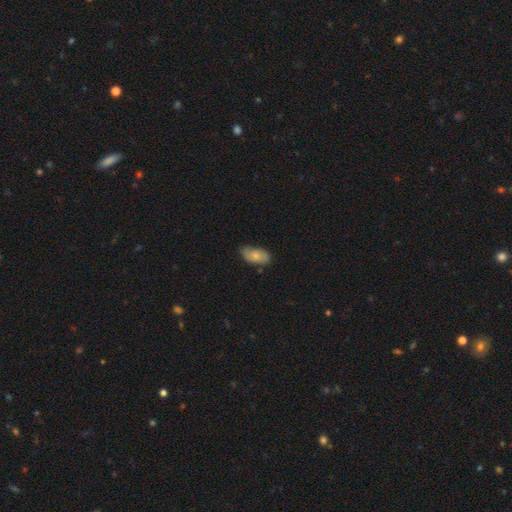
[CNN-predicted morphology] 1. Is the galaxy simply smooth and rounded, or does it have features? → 71% smooth, 22% featured or disk, 7% star or artifact.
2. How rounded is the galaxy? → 93% in between, 4% cigar-shaped, 4% round.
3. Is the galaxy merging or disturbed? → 74% none, 21% minor disturbance, 3% major disturbance, 1% merger.